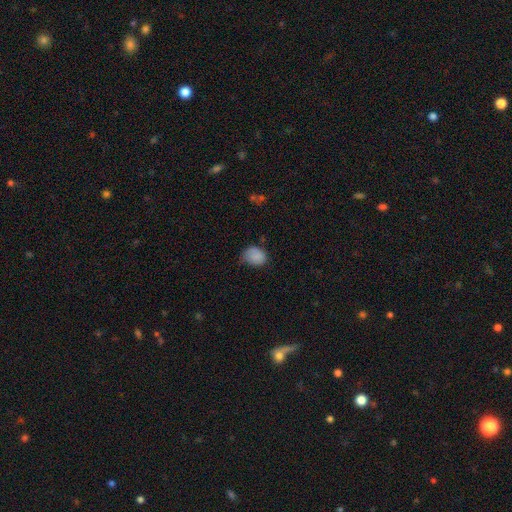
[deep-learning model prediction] smooth_or_featured: smooth (p=0.85) [alt: star or artifact p=0.09]
how_rounded: in between (p=0.55) [alt: round p=0.44]
merging: none (p=0.52) [alt: minor disturbance p=0.37]